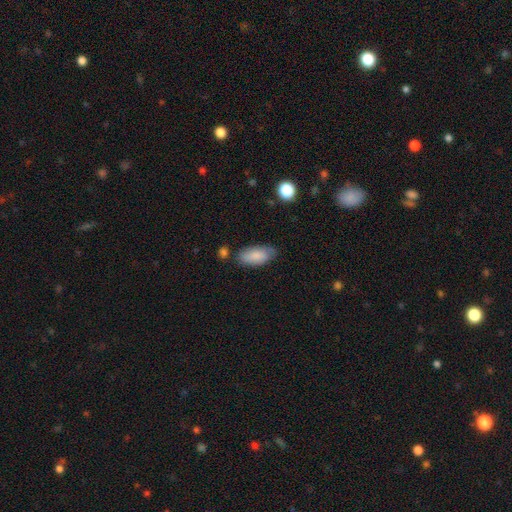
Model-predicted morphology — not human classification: Smooth or featured: smooth — 85% (featured or disk — 9%)
How rounded: in between — 88% (cigar-shaped — 10%)
Merging: none — 71% (minor disturbance — 21%)